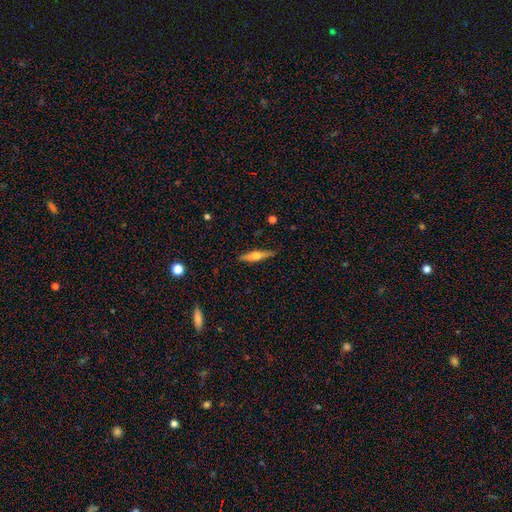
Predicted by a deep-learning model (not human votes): Smooth or featured?
  - featured or disk: 55% *
  - smooth: 39%
  - star or artifact: 6%
Edge-on disk?
  - yes: 95% *
  - no: 5%
Edge-on bulge?
  - rounded: 91% *
  - none: 5%
  - boxy: 4%
Merging?
  - none: 88% *
  - minor disturbance: 9%
  - major disturbance: 2%
  - merger: 1%